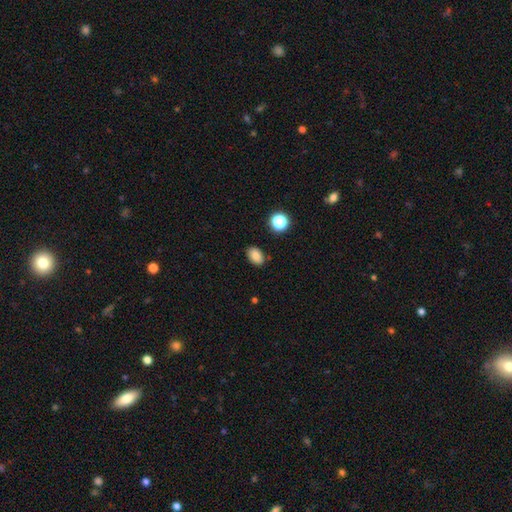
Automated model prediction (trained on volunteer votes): Smooth or featured: smooth — 84% (star or artifact — 11%)
How rounded: in between — 83% (round — 16%)
Merging: none — 85% (minor disturbance — 10%)